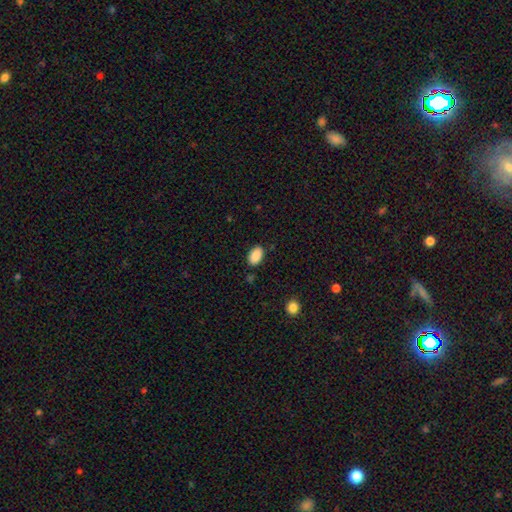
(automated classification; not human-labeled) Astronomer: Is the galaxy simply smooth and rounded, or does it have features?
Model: smooth — 89%.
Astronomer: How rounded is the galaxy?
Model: in between — 92%.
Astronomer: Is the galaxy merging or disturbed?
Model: none — 86%.